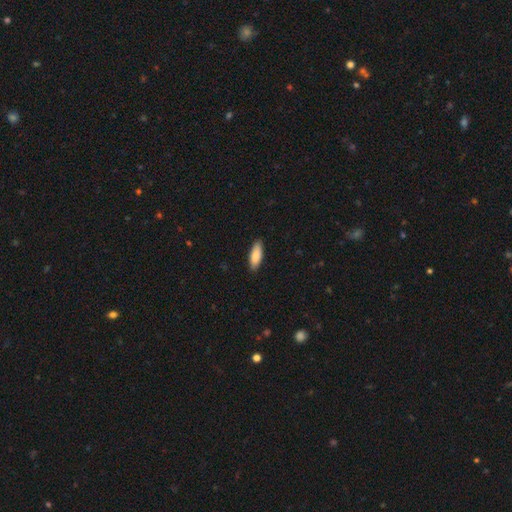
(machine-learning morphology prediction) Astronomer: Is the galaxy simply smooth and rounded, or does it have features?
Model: smooth — 86%.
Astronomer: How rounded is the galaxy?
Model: in between — 68%.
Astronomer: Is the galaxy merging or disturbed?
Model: none — 88%.